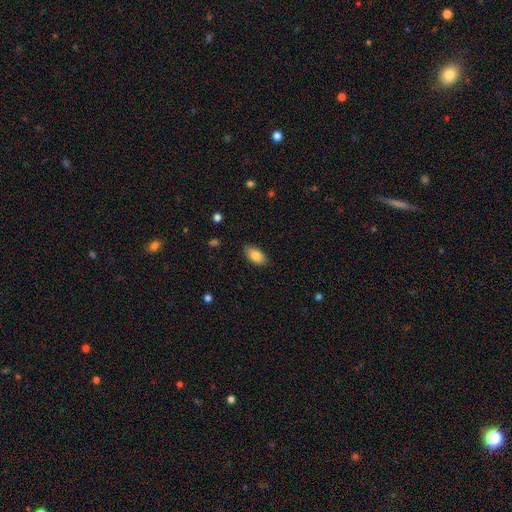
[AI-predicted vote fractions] Smooth or featured: smooth — 81% (featured or disk — 11%)
How rounded: in between — 92% (round — 5%)
Merging: none — 83% (minor disturbance — 14%)